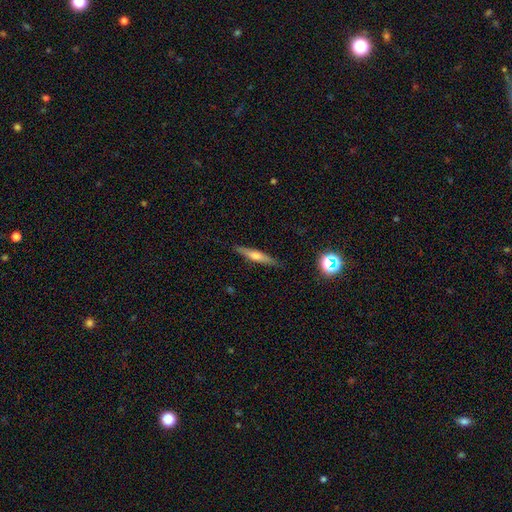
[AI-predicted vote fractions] Smooth or featured? featured or disk (49%)
Merging? none (89%)